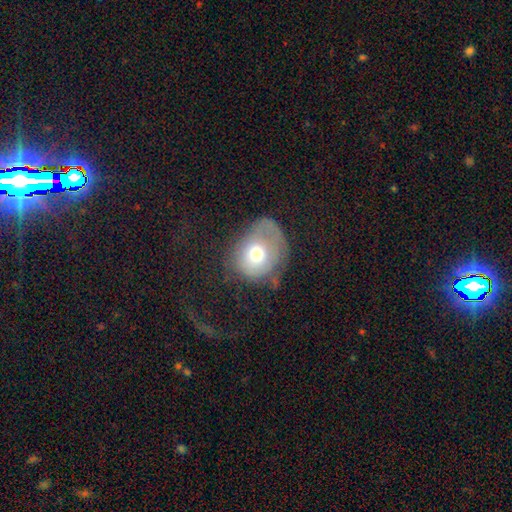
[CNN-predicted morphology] Overall: smooth (62%; featured or disk 28%). How rounded: round (55%; in between 44%). Merging: none (36%; major disturbance 33%).